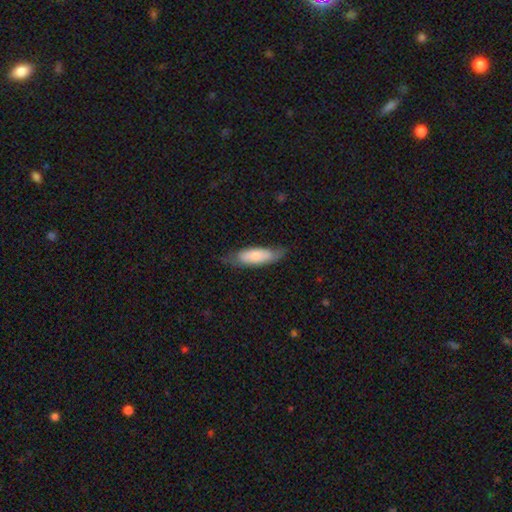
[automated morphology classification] Smooth or featured? smooth (67%)
How rounded? in between (63%)
Merging? none (62%)